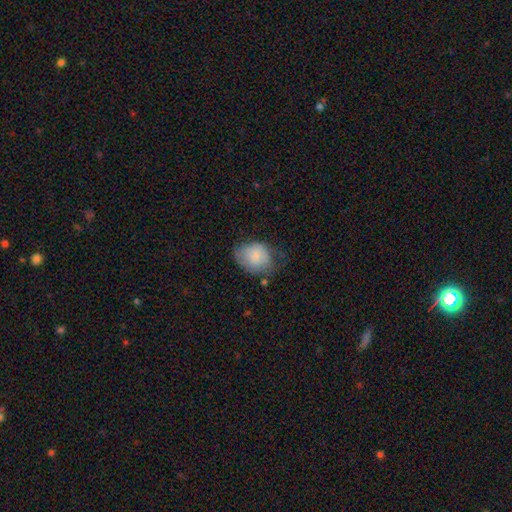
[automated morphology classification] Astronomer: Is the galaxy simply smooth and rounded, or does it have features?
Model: smooth — 79%.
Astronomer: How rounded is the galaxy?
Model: in between — 56% (runner-up: round, 43%).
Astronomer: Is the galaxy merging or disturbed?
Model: none — 45% (runner-up: minor disturbance, 36%).